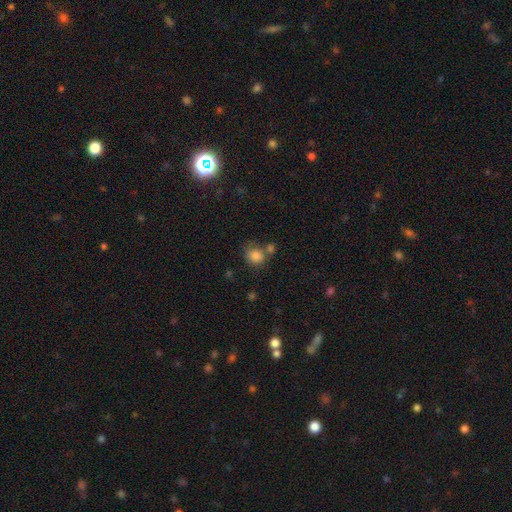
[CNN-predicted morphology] Q: Smooth or featured?
A: smooth (82%); runner-up: star or artifact (10%)
Q: How rounded?
A: round (75%); runner-up: in between (24%)
Q: Merging?
A: none (52%); runner-up: merger (25%)